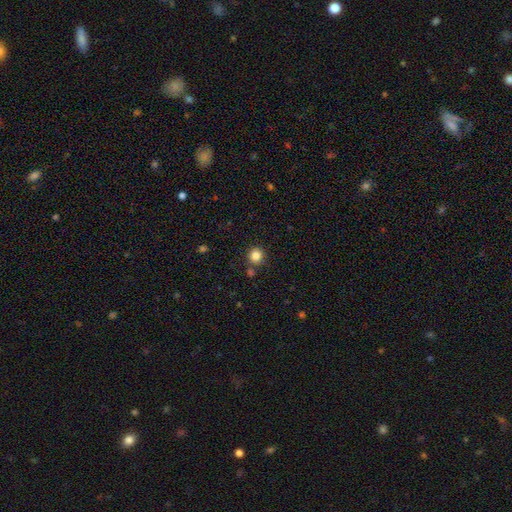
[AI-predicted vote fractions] smooth-or-featured: smooth: 84% | star or artifact: 12% | featured or disk: 4%
  how-rounded: round: 93% | in between: 6% | cigar-shaped: 1%
  merging: none: 84% | minor disturbance: 7% | merger: 7% | major disturbance: 2%